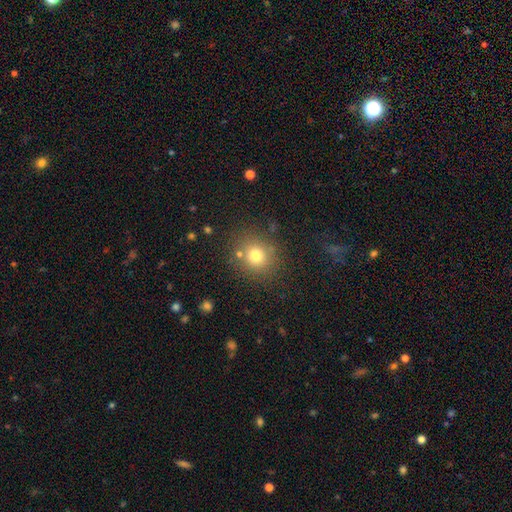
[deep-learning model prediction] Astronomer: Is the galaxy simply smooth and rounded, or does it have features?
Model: smooth — 74%.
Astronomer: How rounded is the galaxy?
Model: round — 85%.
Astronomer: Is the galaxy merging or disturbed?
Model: none — 80%.